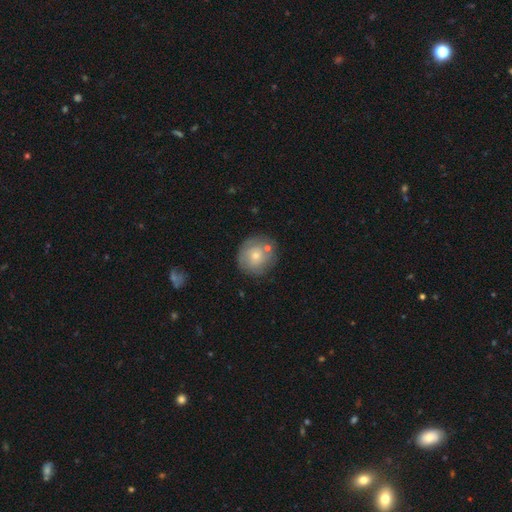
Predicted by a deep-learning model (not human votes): smooth_or_featured: smooth (p=0.59) [alt: featured or disk p=0.33]
how_rounded: round (p=0.90) [alt: in between p=0.09]
merging: none (p=0.69) [alt: minor disturbance p=0.16]